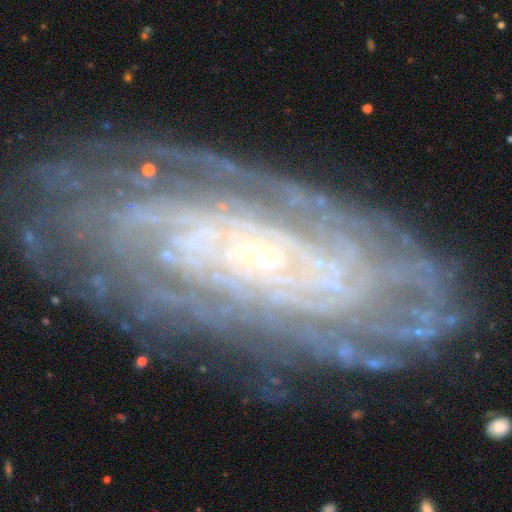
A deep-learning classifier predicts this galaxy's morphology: smooth_or_featured: featured or disk (p=0.87) [alt: smooth p=0.07]
disk_edge_on: no (p=0.92) [alt: yes p=0.08]
bar: no (p=0.67) [alt: weak p=0.23]
has_spiral_arms: yes (p=0.97) [alt: no p=0.03]
spiral_winding: tight (p=0.82) [alt: medium p=0.15]
spiral_arm_count: can't tell (p=0.36) [alt: more than 4 p=0.21]
bulge_size: small (p=0.80) [alt: moderate p=0.14]
merging: none (p=0.81) [alt: minor disturbance p=0.13]